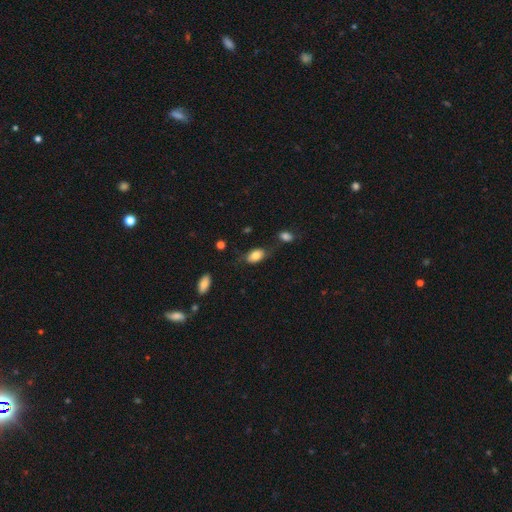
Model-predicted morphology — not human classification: smooth_or_featured: smooth (p=0.80) [alt: featured or disk p=0.13]
how_rounded: in between (p=0.91) [alt: round p=0.07]
merging: none (p=0.64) [alt: minor disturbance p=0.22]